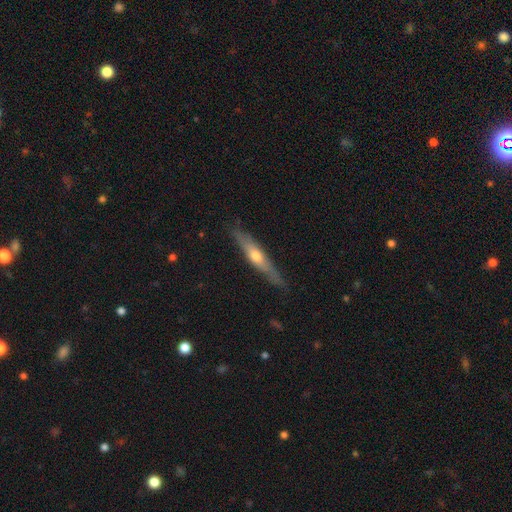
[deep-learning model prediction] A featured or disk galaxy (56%) viewed edge-on (89%). Merging: none (82%).